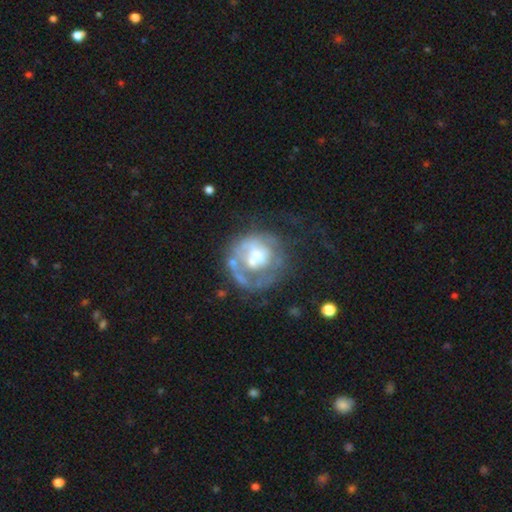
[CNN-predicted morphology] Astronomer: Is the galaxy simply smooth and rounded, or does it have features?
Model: featured or disk — 62%.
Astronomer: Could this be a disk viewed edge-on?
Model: no — 98%.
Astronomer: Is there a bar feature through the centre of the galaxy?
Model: no — 76%.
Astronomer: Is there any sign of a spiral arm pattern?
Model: no — 63%.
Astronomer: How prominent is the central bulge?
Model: moderate — 41% (runner-up: small, 22%).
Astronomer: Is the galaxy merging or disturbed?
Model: none — 40% (runner-up: major disturbance, 33%).